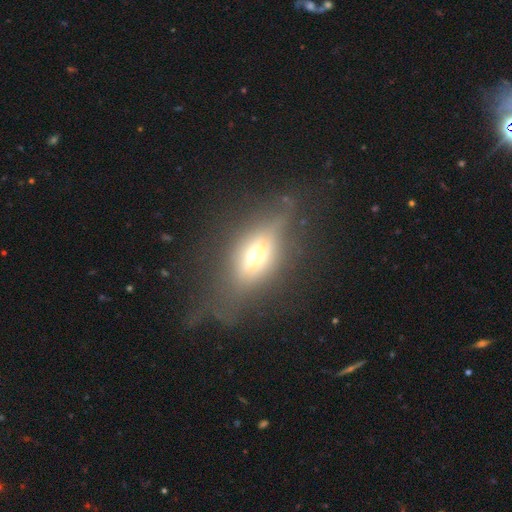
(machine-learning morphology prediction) Q: Smooth or featured?
A: featured or disk (57%); runner-up: smooth (32%)
Q: Edge-on disk?
A: yes (75%); runner-up: no (25%)
Q: Merging?
A: none (57%); runner-up: minor disturbance (21%)